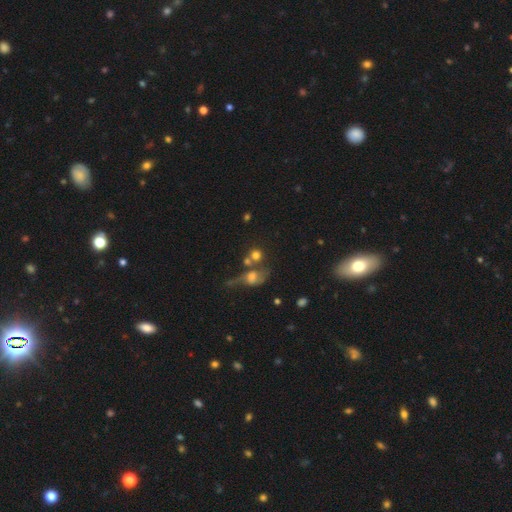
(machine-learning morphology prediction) Smooth or featured: smooth — 66% (featured or disk — 20%)
How rounded: round — 80% (in between — 18%)
Merging: merger — 40% (none — 39%)